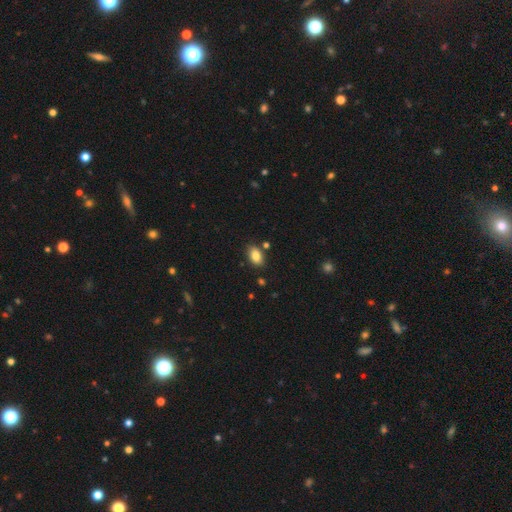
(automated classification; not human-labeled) A smooth galaxy with no disk features (86%) that is in between round and cigar-shaped (89%). Merging: none (82%).